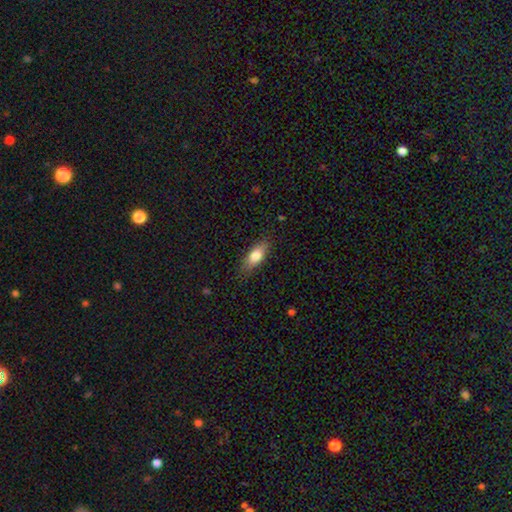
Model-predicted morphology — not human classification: This appears to be a smooth galaxy with no disk features (76%) that is in between round and cigar-shaped (72%). Merging: none (79%).